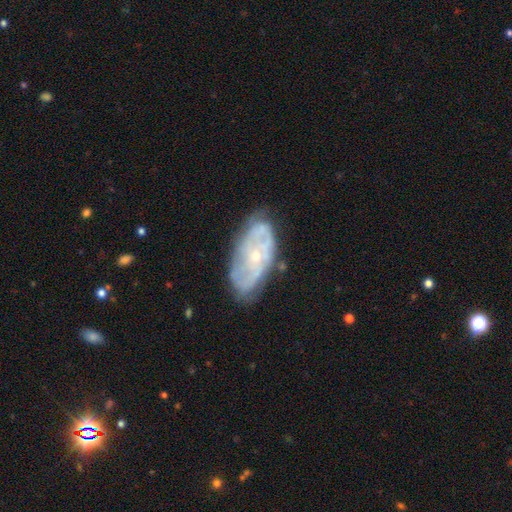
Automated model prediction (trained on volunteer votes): A featured or disk galaxy (73%) with no bar (78%), spiral arms (71%) and a small central bulge (72%).

Vote fractions:
- Smooth or featured? featured or disk: 73% / smooth: 20% / star or artifact: 7%
- Edge-on disk? no: 92% / yes: 8%
- Bar? no: 78% / weak: 18% / strong: 4%
- Spiral arms? yes: 71% / no: 29%
- Bulge size? small: 72% / moderate: 24% / none: 2% / large: 1% / dominant: 1%
- Merging? none: 67% / minor disturbance: 23% / major disturbance: 7% / merger: 2%